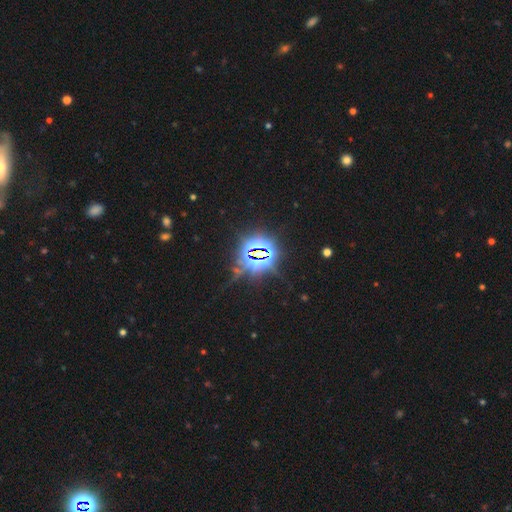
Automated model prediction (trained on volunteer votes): star or artifact 85%, smooth 8%, featured or disk 6%.